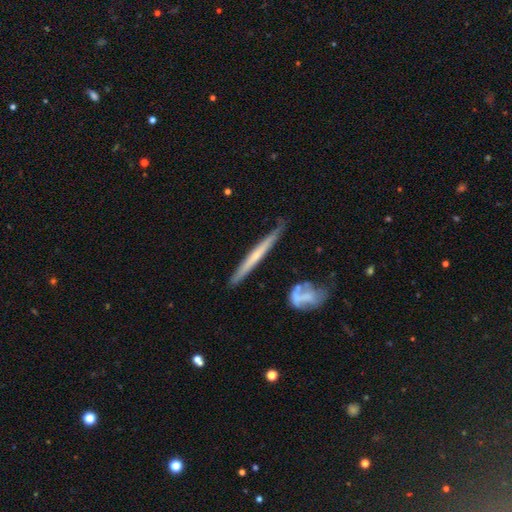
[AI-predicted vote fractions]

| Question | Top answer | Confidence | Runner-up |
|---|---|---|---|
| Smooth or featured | featured or disk | 57% | smooth (38%) |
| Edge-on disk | yes | 94% | no (6%) |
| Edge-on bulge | none | 66% | rounded (29%) |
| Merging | none | 77% | minor disturbance (16%) |